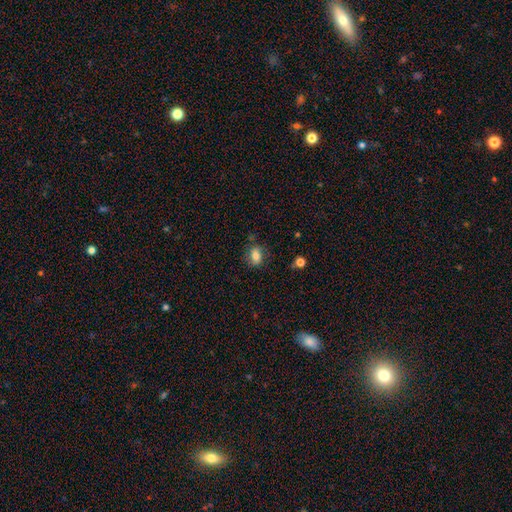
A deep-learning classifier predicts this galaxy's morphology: smooth-or-featured: smooth: 78% | featured or disk: 12% | star or artifact: 10%
  how-rounded: in between: 70% | round: 28% | cigar-shaped: 2%
  merging: none: 74% | minor disturbance: 18% | major disturbance: 5% | merger: 3%